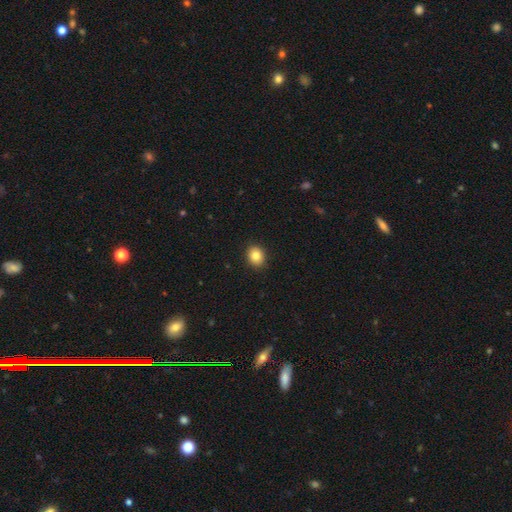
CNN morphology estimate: smooth 85%, star or artifact 9%, featured or disk 6%. Down the decision tree: how rounded — round (56%); merging — none (91%).